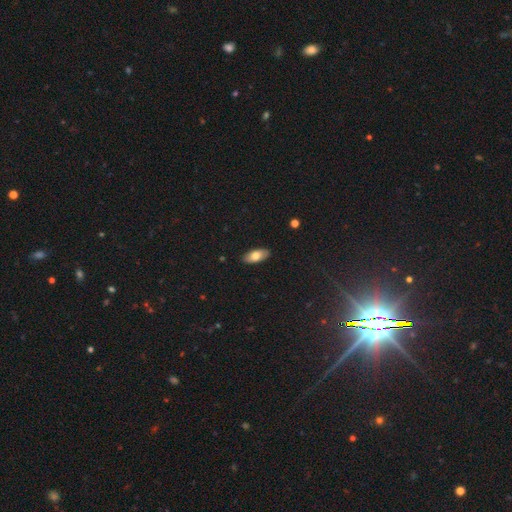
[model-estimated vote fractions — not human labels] smooth-or-featured: smooth: 75% | featured or disk: 19% | star or artifact: 6%
  how-rounded: in between: 88% | cigar-shaped: 9% | round: 3%
  merging: none: 89% | minor disturbance: 9% | major disturbance: 2% | merger: 1%